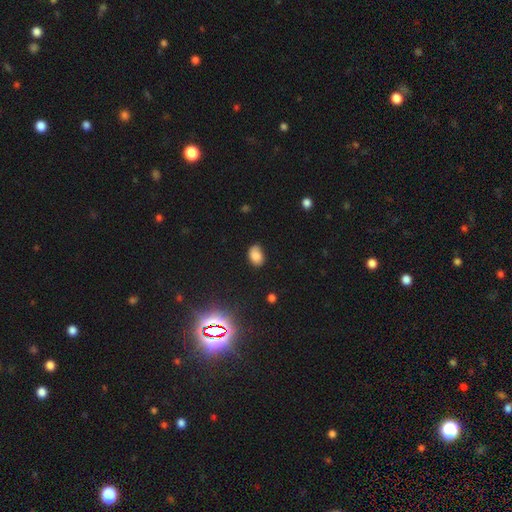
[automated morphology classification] A smooth galaxy with no disk features (79%) that is in between round and cigar-shaped (83%). Merging: none (70%).